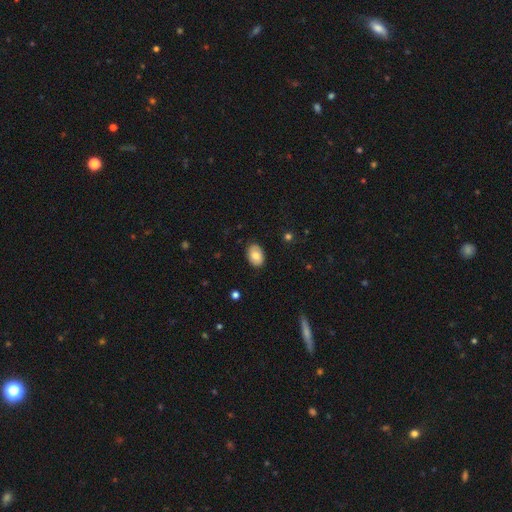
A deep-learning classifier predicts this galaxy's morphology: Smooth or featured: smooth — 79% (featured or disk — 14%)
How rounded: in between — 85% (round — 14%)
Merging: none — 86% (minor disturbance — 11%)